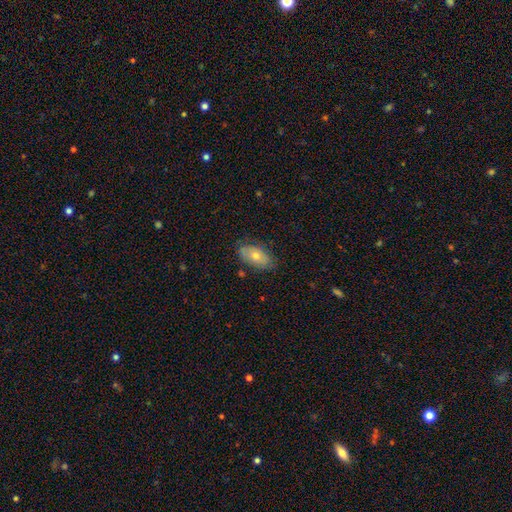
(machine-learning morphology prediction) A smooth galaxy with no disk features (67%) that is in between round and cigar-shaped (92%). Merging: none (76%).